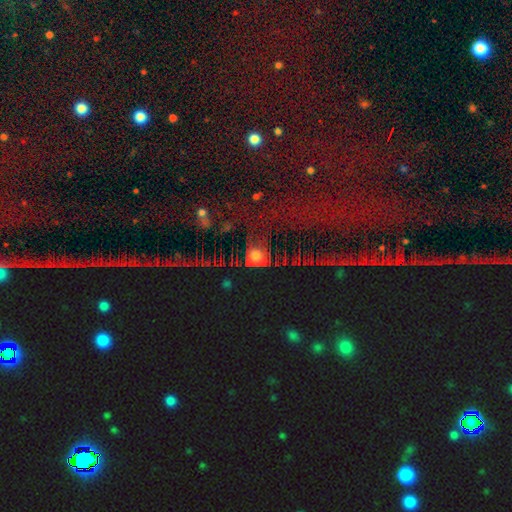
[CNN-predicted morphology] type=star or artifact (42%).